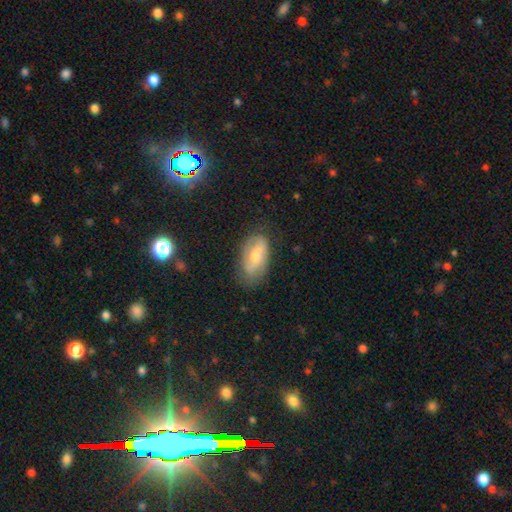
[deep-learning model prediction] This appears to be a smooth galaxy with no disk features (48%). Merging: none (67%).